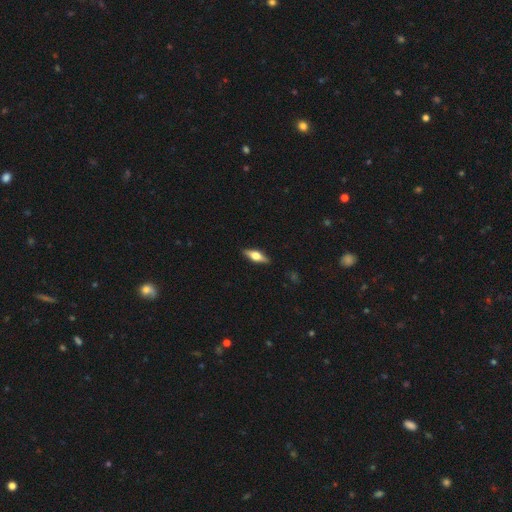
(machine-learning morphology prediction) Smooth or featured?
  - featured or disk: 55% *
  - smooth: 39%
  - star or artifact: 6%
Edge-on disk?
  - yes: 94% *
  - no: 6%
Edge-on bulge?
  - rounded: 93% *
  - boxy: 5%
  - none: 2%
Merging?
  - none: 90% *
  - minor disturbance: 8%
  - major disturbance: 2%
  - merger: 1%